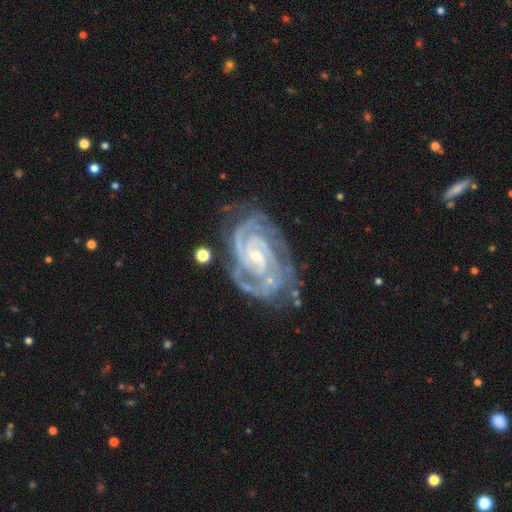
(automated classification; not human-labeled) Smooth or featured: featured or disk — 93% (star or artifact — 5%)
Edge-on disk: no — 98% (yes — 2%)
Bar: no — 47% (weak — 37%)
Spiral arms: yes — 99% (no — 1%)
Spiral winding: tight — 74% (medium — 23%)
Spiral arm count: 2 — 51% (3 — 25%)
Bulge size: small — 69% (moderate — 26%)
Merging: none — 67% (minor disturbance — 22%)